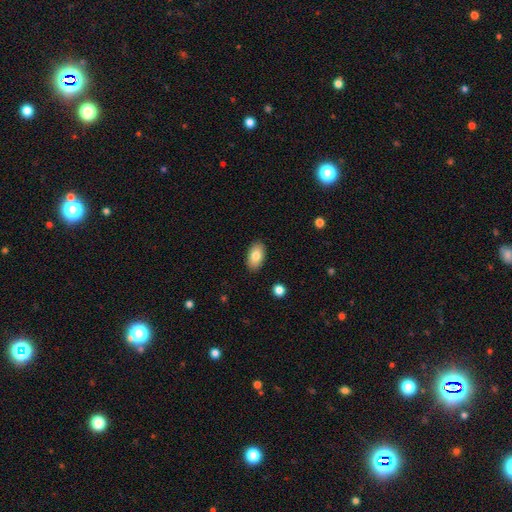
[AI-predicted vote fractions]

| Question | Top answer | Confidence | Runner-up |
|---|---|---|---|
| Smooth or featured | smooth | 83% | featured or disk (10%) |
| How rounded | in between | 94% | round (4%) |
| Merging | none | 89% | minor disturbance (8%) |